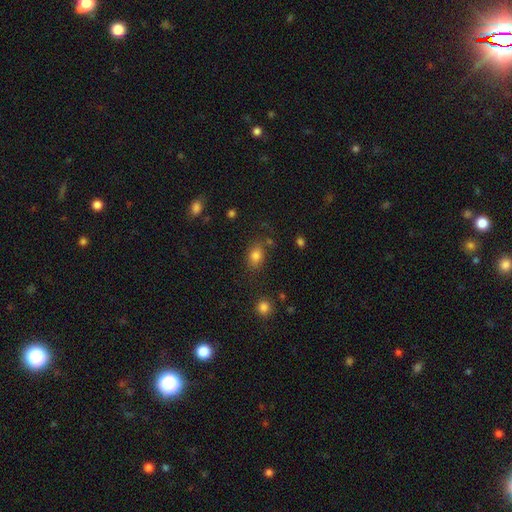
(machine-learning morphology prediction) This appears to be a smooth galaxy with no disk features (81%) that is in between round and cigar-shaped (69%). Merging: none (76%).